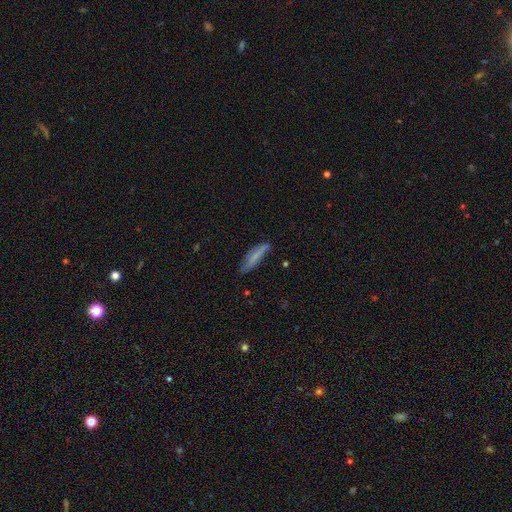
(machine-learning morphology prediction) Smooth or featured: smooth — 63% (featured or disk — 30%)
How rounded: cigar-shaped — 81% (in between — 17%)
Merging: none — 66% (minor disturbance — 25%)